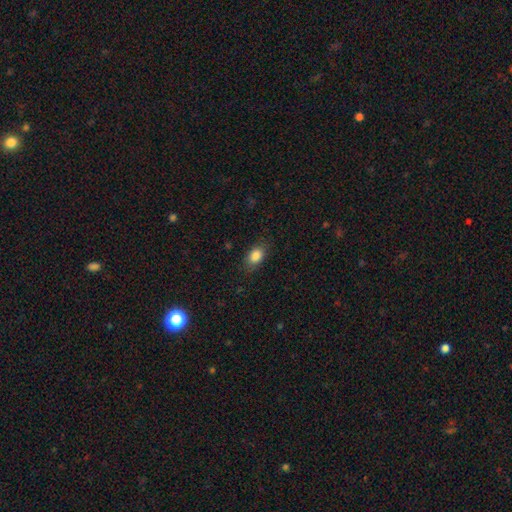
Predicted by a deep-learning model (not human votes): Q: Smooth or featured?
A: smooth (85%); runner-up: star or artifact (8%)
Q: How rounded?
A: in between (84%); runner-up: round (14%)
Q: Merging?
A: none (82%); runner-up: minor disturbance (14%)